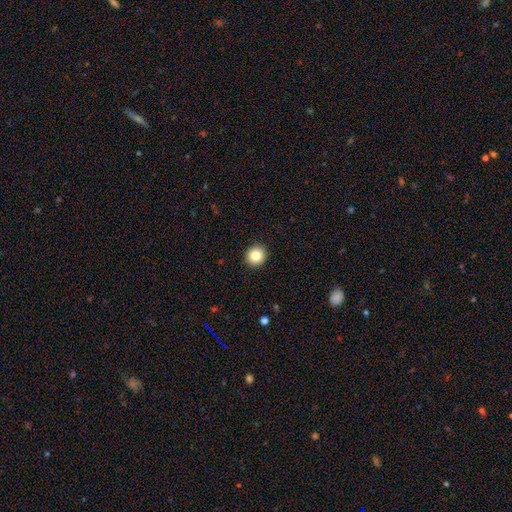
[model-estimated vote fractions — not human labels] This appears to be a smooth galaxy with no disk features (84%) that is round (94%). Merging: none (93%).